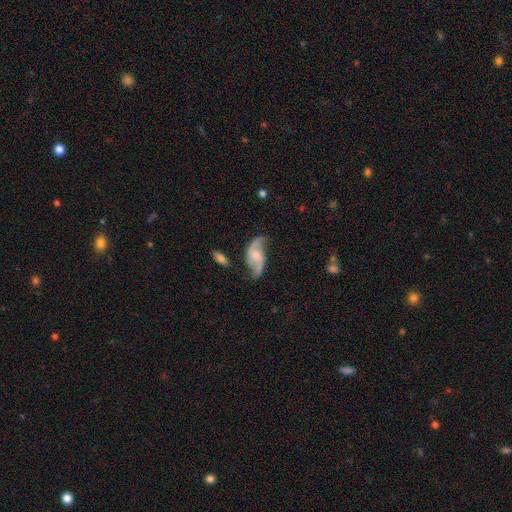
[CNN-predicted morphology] Q: Smooth or featured?
A: featured or disk (81%); runner-up: smooth (14%)
Q: Edge-on disk?
A: no (96%); runner-up: yes (4%)
Q: Bar?
A: no (56%); runner-up: weak (35%)
Q: Spiral arms?
A: yes (94%); runner-up: no (6%)
Q: Spiral winding?
A: loose (71%); runner-up: medium (22%)
Q: Spiral arm count?
A: 2 (90%); runner-up: can't tell (4%)
Q: Bulge size?
A: moderate (48%); runner-up: small (43%)
Q: Merging?
A: none (60%); runner-up: minor disturbance (24%)